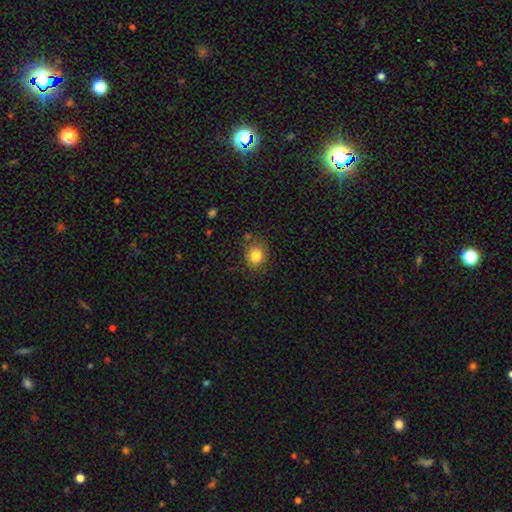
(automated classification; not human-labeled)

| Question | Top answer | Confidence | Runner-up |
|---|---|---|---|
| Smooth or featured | smooth | 82% | star or artifact (10%) |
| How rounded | round | 70% | in between (29%) |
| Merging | none | 76% | minor disturbance (16%) |